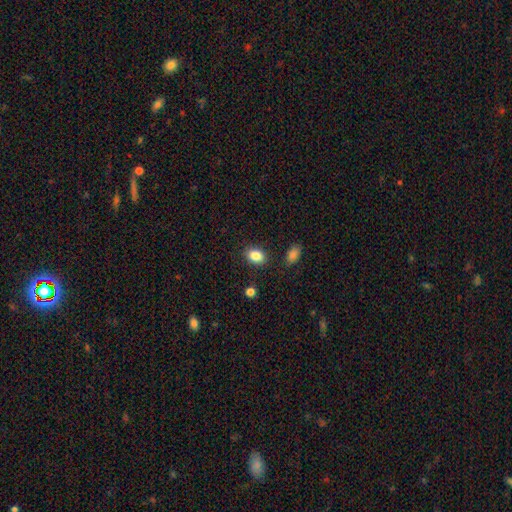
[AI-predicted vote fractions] A smooth galaxy with no disk features (86%) that is in between round and cigar-shaped (77%). Merging: none (85%).